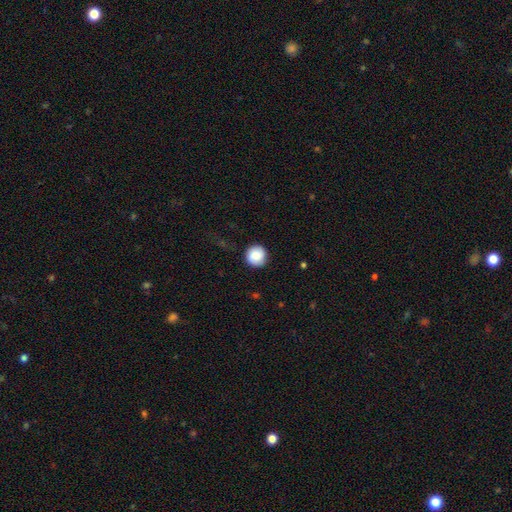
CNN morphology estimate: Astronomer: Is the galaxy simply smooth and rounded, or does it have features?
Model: smooth — 84%.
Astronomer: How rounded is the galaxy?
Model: round — 94%.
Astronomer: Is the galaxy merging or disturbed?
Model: none — 85%.